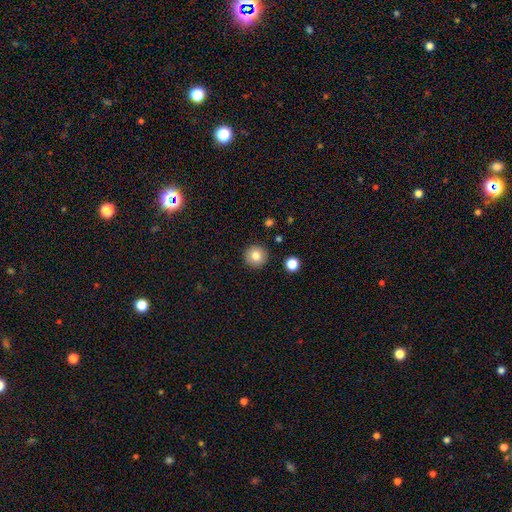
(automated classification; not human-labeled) A smooth galaxy with no disk features (82%) that is round (96%).

Vote fractions:
- Smooth or featured? smooth: 82% / star or artifact: 10% / featured or disk: 8%
- How rounded? round: 96% / in between: 4% / cigar-shaped: 1%
- Merging? none: 91% / minor disturbance: 5% / major disturbance: 2% / merger: 2%